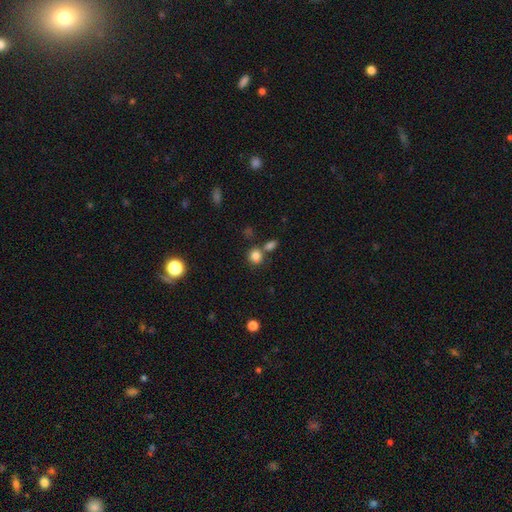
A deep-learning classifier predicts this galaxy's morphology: smooth_or_featured: smooth (p=0.81) [alt: star or artifact p=0.12]
how_rounded: round (p=0.73) [alt: in between p=0.26]
merging: none (p=0.59) [alt: merger p=0.25]